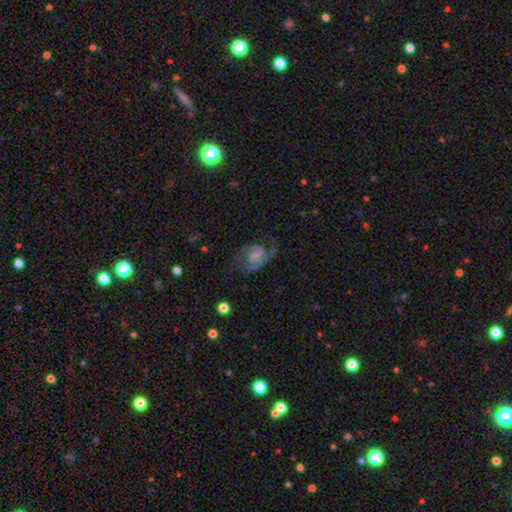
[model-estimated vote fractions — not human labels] Smooth or featured?
  - featured or disk: 80% *
  - smooth: 13%
  - star or artifact: 7%
Edge-on disk?
  - no: 98% *
  - yes: 2%
Bar?
  - weak: 48% *
  - no: 41%
  - strong: 10%
Spiral arms?
  - yes: 94% *
  - no: 6%
Spiral winding?
  - medium: 52% *
  - loose: 25%
  - tight: 23%
Spiral arm count?
  - 2: 83% *
  - can't tell: 6%
  - 1: 6%
  - 3: 2%
  - 4: 1%
  - more than 4: 1%
Bulge size?
  - small: 38% *
  - none: 30%
  - moderate: 24%
  - large: 6%
  - dominant: 2%
Merging?
  - none: 55% *
  - major disturbance: 23%
  - minor disturbance: 21%
  - merger: 2%